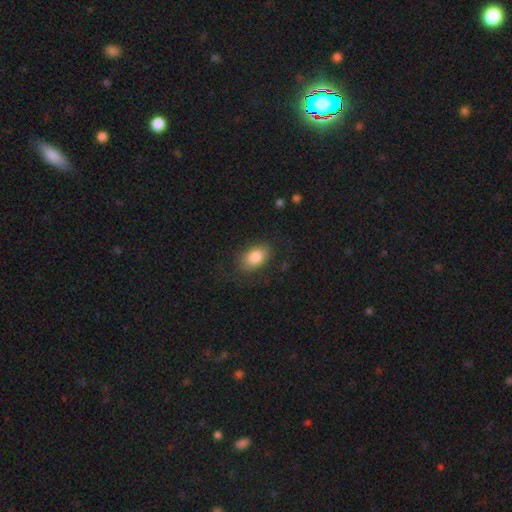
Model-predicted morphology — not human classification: This is clearly a smooth galaxy (84%). How rounded: clearly in between (89%). Merging: likely none (77%).